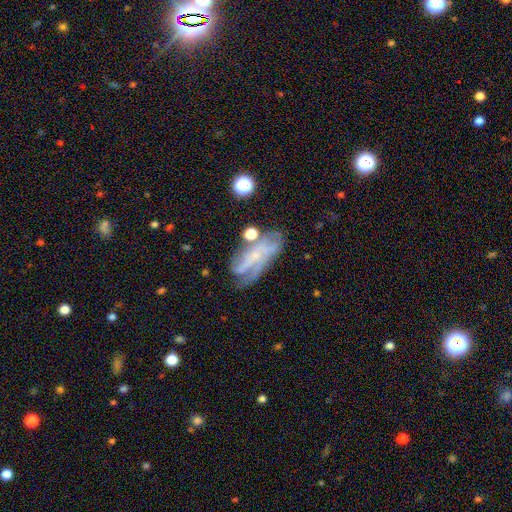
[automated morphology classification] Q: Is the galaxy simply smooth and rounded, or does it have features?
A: featured or disk — 69%.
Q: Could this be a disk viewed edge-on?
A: no — 91%.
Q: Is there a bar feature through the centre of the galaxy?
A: no — 57%.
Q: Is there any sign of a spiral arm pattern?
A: yes — 83%.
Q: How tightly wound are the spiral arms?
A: medium — 39%.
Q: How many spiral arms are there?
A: can't tell — 34%.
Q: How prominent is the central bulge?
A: small — 63%.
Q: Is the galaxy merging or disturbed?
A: none — 45%.